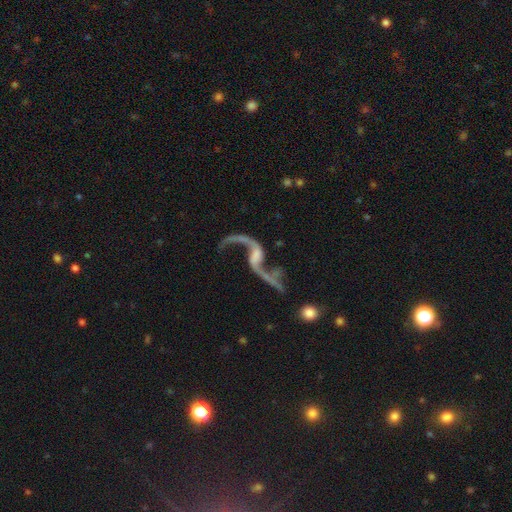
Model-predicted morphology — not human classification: A featured or disk galaxy (90%) with no bar (44%), 2 (93%) loose (95%) spiral arms (95%) and no central bulge (38%). Merging: none (59%).